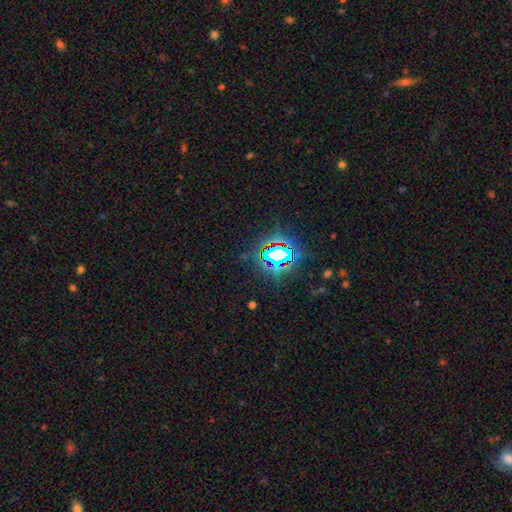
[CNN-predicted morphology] Smooth or featured? star or artifact (78%)